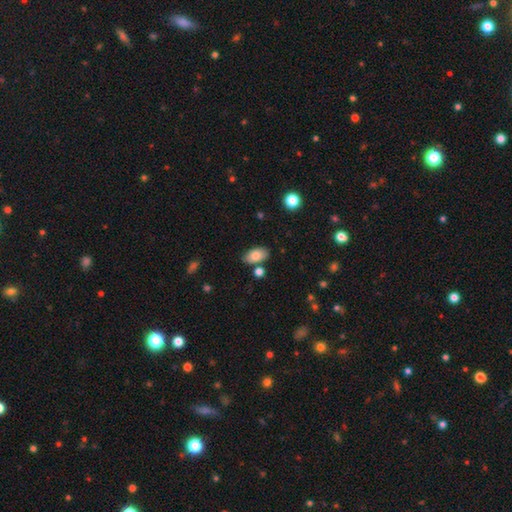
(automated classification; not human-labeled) Overall: smooth (81%). How rounded: in between (93%). Merging: none (77%).